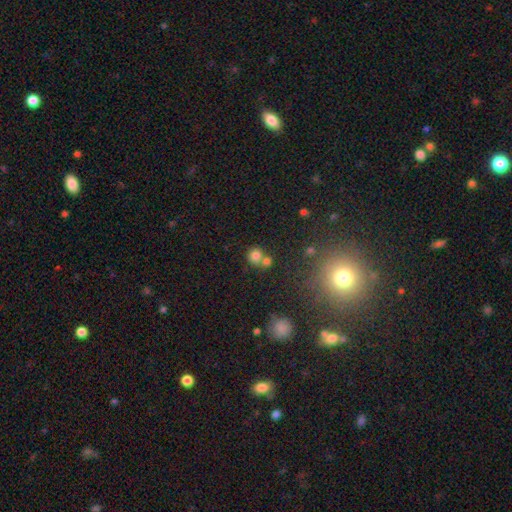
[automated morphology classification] Smooth or featured? smooth (77%)
How rounded? round (85%)
Merging? none (47%)